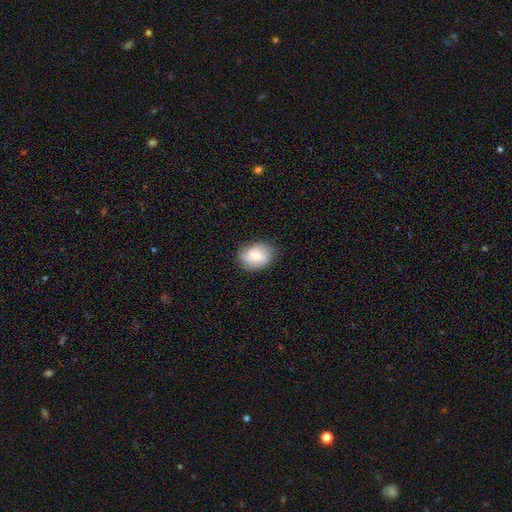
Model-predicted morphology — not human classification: A smooth galaxy with no disk features (60%) that is in between round and cigar-shaped (63%). Merging: none (74%).